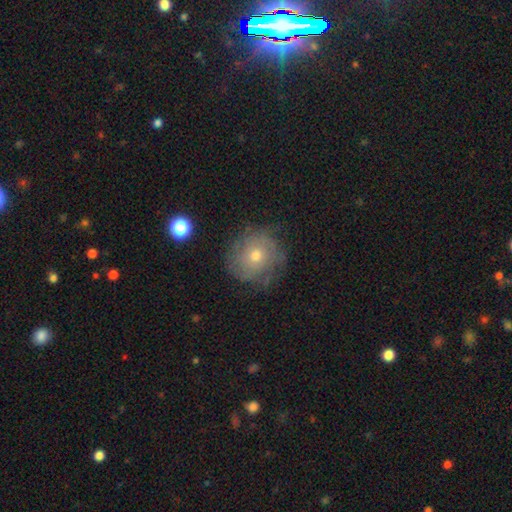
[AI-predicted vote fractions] smooth_or_featured: featured or disk (p=0.53) [alt: smooth p=0.35]
disk_edge_on: no (p=0.97) [alt: yes p=0.03]
bar: no (p=0.87) [alt: weak p=0.11]
has_spiral_arms: yes (p=0.75) [alt: no p=0.25]
bulge_size: moderate (p=0.57) [alt: small p=0.38]
merging: none (p=0.74) [alt: minor disturbance p=0.17]